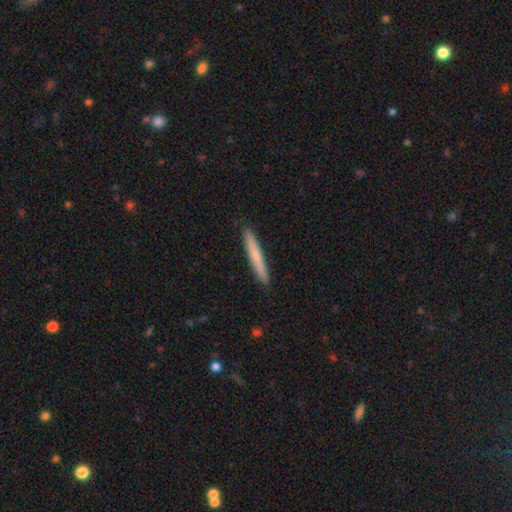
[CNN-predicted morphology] smooth 65%, featured or disk 29%, star or artifact 6%. Down the decision tree: how rounded — cigar-shaped (96%); merging — none (91%).